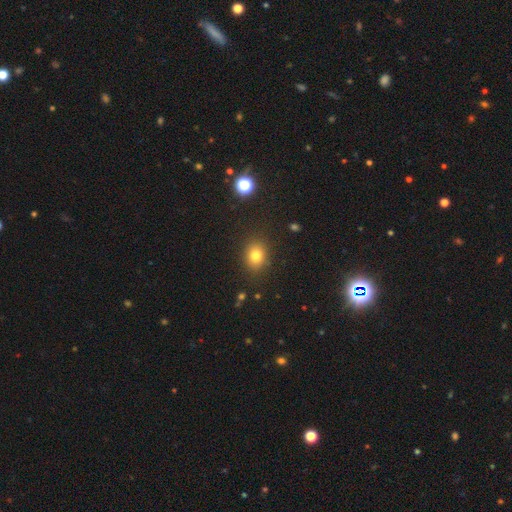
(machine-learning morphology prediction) Overall: smooth (80%). How rounded: round (55%; in between 44%). Merging: none (86%).